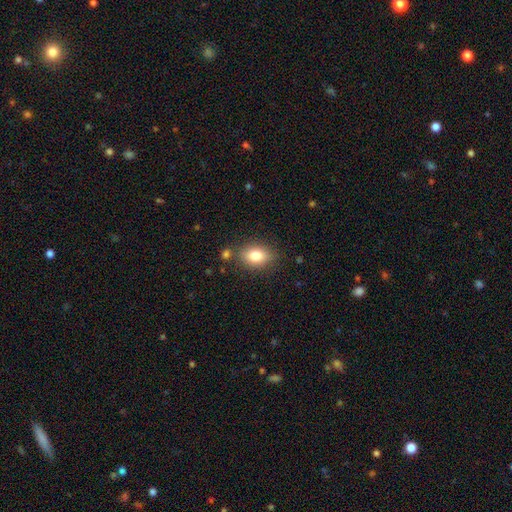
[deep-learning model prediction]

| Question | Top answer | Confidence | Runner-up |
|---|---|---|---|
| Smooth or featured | smooth | 81% | featured or disk (10%) |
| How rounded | in between | 79% | round (19%) |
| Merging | none | 78% | minor disturbance (13%) |